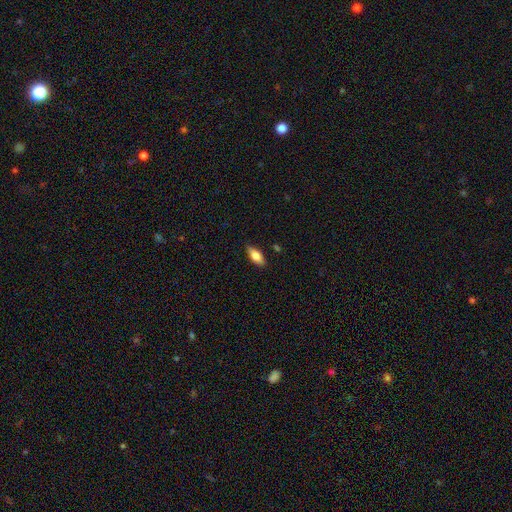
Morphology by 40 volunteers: smooth_or_featured: smooth (p=0.72) [alt: featured or disk p=0.25]
how_rounded: in between (p=0.83) [alt: cigar-shaped p=0.17]
merging: none (p=0.77) [alt: minor disturbance p=0.18]